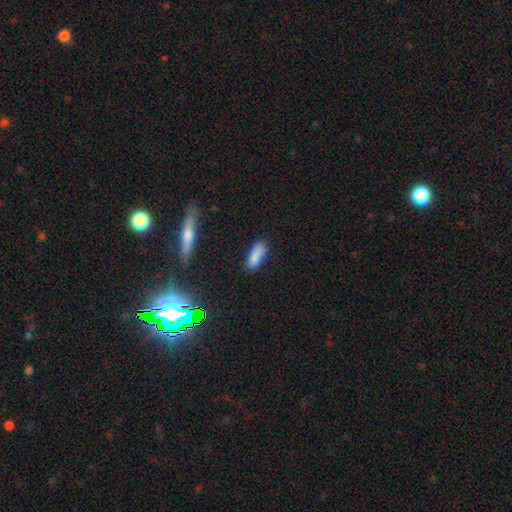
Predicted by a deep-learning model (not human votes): smooth_or_featured: smooth (p=0.84) [alt: star or artifact p=0.09]
how_rounded: in between (p=0.57) [alt: cigar-shaped p=0.40]
merging: none (p=0.71) [alt: minor disturbance p=0.20]